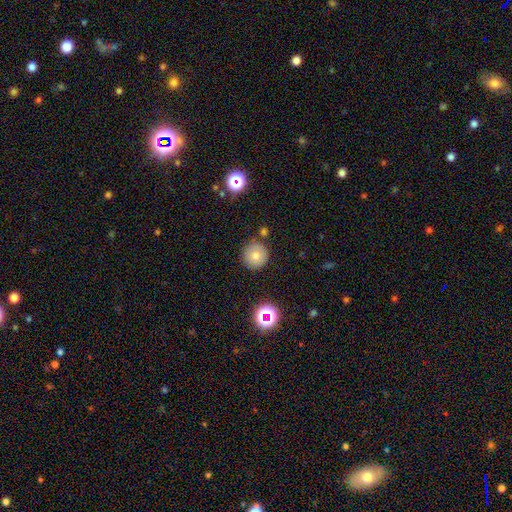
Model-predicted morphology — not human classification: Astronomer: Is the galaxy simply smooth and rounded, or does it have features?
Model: smooth — 75%.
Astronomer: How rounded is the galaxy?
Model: round — 95%.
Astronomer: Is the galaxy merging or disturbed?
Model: none — 84%.